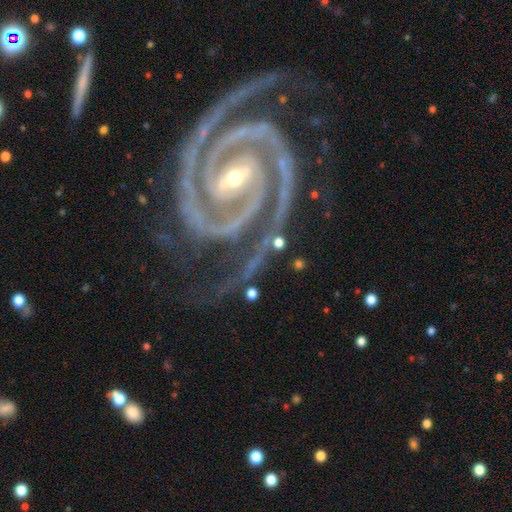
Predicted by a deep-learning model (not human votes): A featured or disk galaxy (94%) with a strong bar (49%), 2 (88%) tight (73%) spiral arms (99%) and a small central bulge (68%). Merging: none (72%).